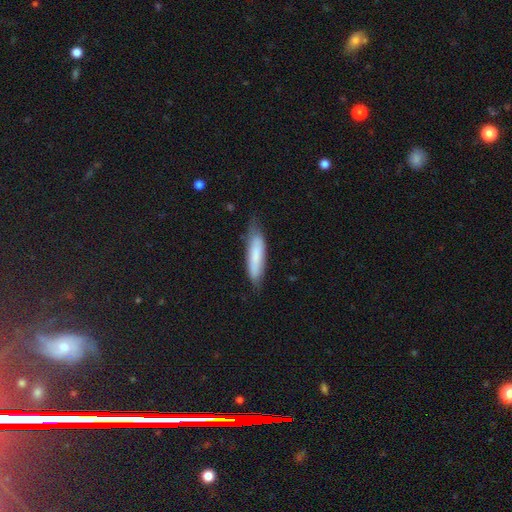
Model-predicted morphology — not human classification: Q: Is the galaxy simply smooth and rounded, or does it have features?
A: smooth — 75%.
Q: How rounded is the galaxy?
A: cigar-shaped — 69%.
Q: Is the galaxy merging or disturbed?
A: none — 65%.